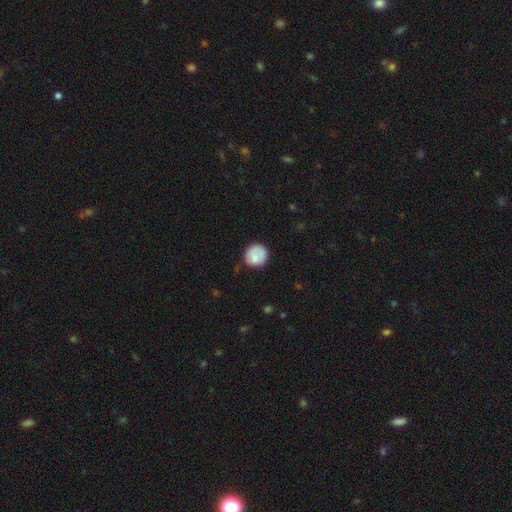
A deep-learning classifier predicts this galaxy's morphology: The model was most divided on "merging": none: 74%, minor disturbance: 18%, major disturbance: 6%, merger: 3%. More confident: how rounded — round (88%); smooth or featured — smooth (76%).